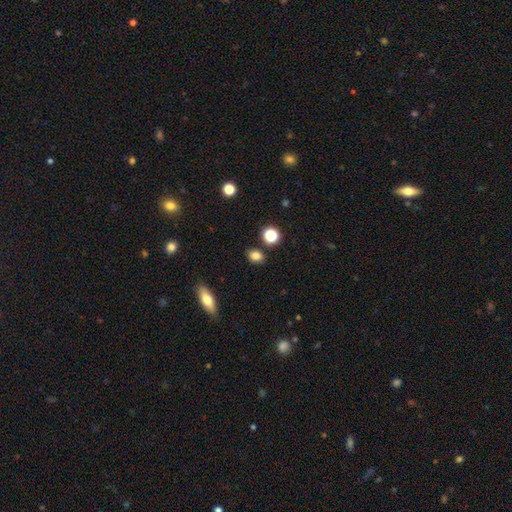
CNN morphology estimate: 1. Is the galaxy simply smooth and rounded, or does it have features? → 81% smooth, 13% star or artifact, 6% featured or disk.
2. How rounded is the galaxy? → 60% in between, 38% round, 2% cigar-shaped.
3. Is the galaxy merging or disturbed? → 83% none, 10% minor disturbance, 4% merger, 3% major disturbance.